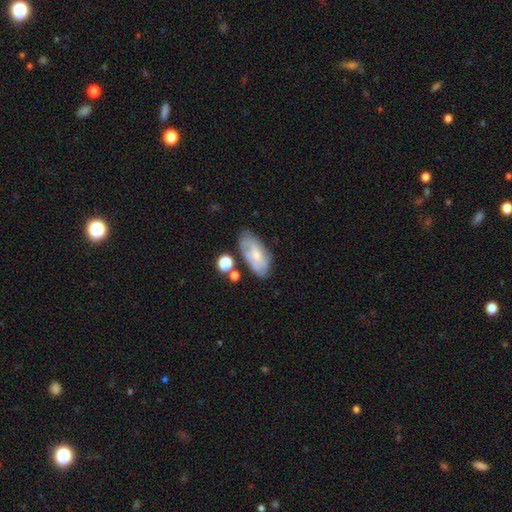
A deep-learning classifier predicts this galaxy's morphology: This appears to be a featured or disk galaxy (47%). Merging: none (60%).